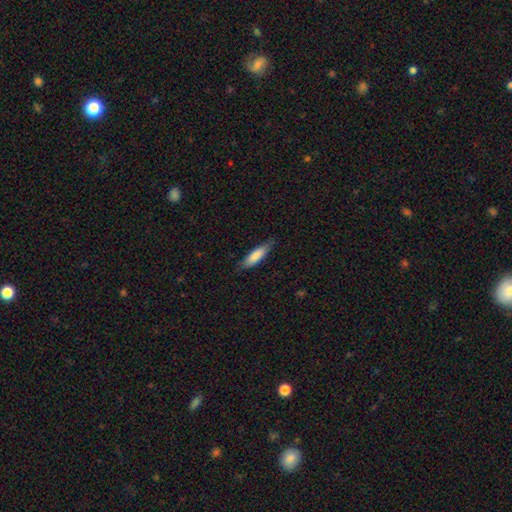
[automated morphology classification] This is likely a smooth galaxy (79%). How rounded: possibly cigar-shaped (58%). Merging: likely none (78%).